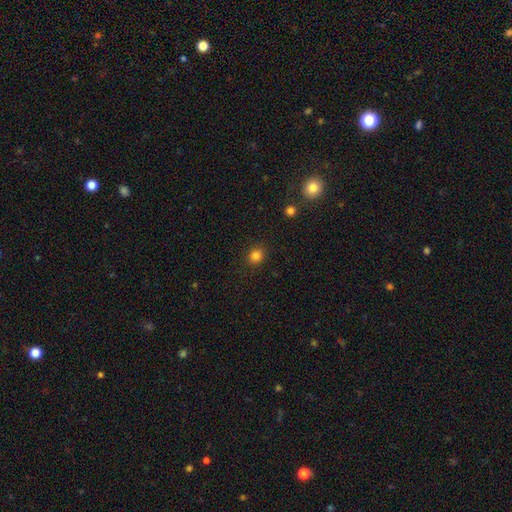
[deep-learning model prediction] smooth_or_featured: smooth (p=0.83) [alt: star or artifact p=0.12]
how_rounded: round (p=0.82) [alt: in between p=0.17]
merging: none (p=0.90) [alt: minor disturbance p=0.07]